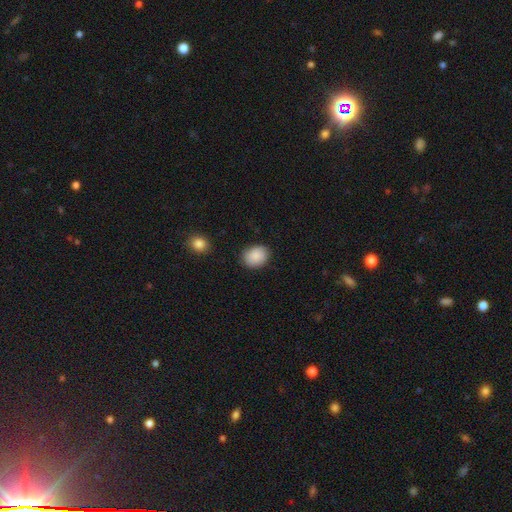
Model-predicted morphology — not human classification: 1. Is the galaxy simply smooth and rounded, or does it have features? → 88% smooth, 7% star or artifact, 5% featured or disk.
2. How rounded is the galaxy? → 50% round, 49% in between, 1% cigar-shaped.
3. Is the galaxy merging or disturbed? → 85% none, 11% minor disturbance, 2% major disturbance, 2% merger.